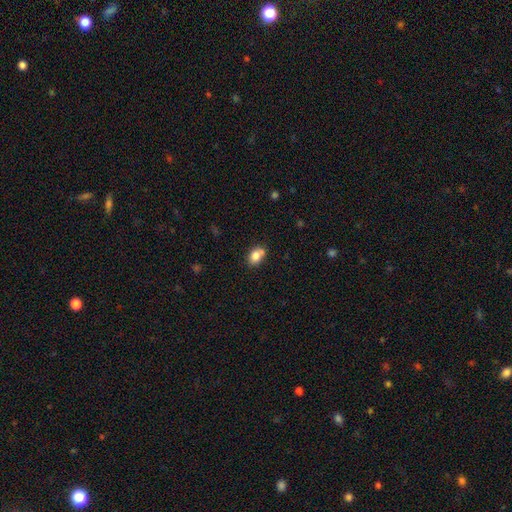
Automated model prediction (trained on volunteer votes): smooth 80%, featured or disk 11%, star or artifact 9%. Down the decision tree: how rounded — in between (69%); merging — none (56%).